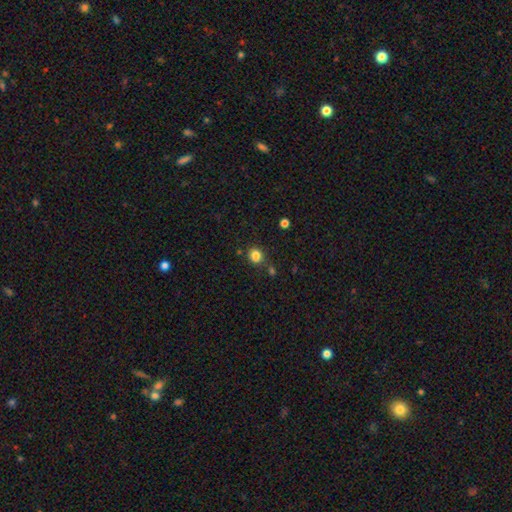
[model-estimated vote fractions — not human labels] A smooth galaxy with no disk features (82%) that is round (78%). Merging: none (77%).